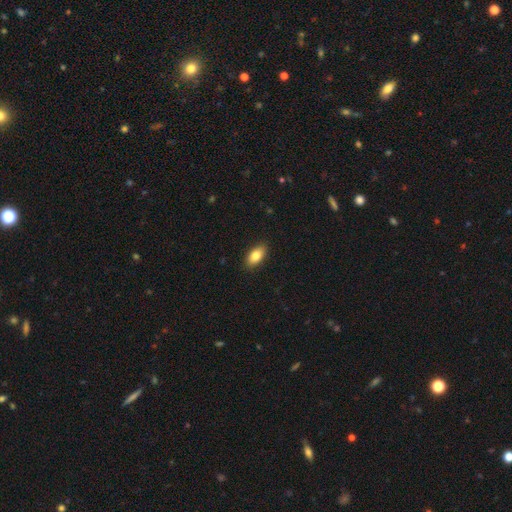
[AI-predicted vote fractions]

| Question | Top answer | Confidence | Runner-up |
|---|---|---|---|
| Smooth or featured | smooth | 82% | featured or disk (10%) |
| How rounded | in between | 90% | cigar-shaped (6%) |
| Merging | none | 88% | minor disturbance (9%) |